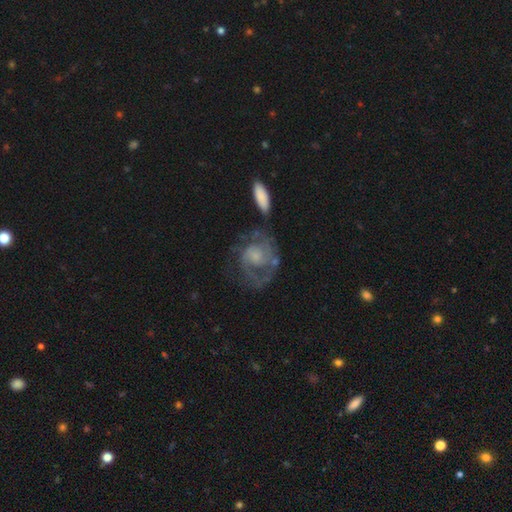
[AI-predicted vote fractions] Morphology: type=featured or disk (76%); edge-on=no (97%); bar=no (70%); spiral arms=yes (88%); winding=tight (44%); arm count=2 (50%); bulge=small (46%); merging=none (48%).